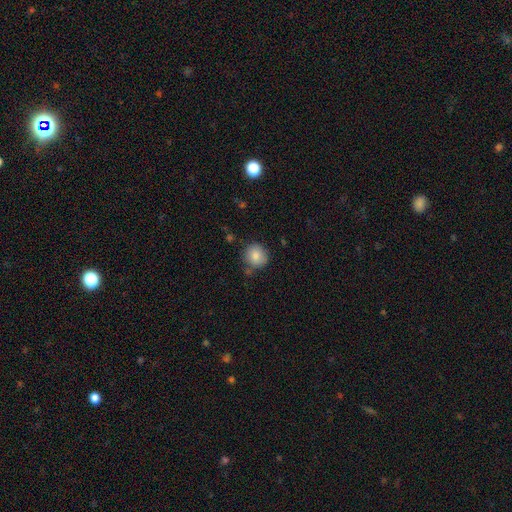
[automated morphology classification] The model was most divided on "merging": none: 77%, minor disturbance: 15%, merger: 4%, major disturbance: 3%. More confident: how rounded — round (88%); smooth or featured — smooth (84%).